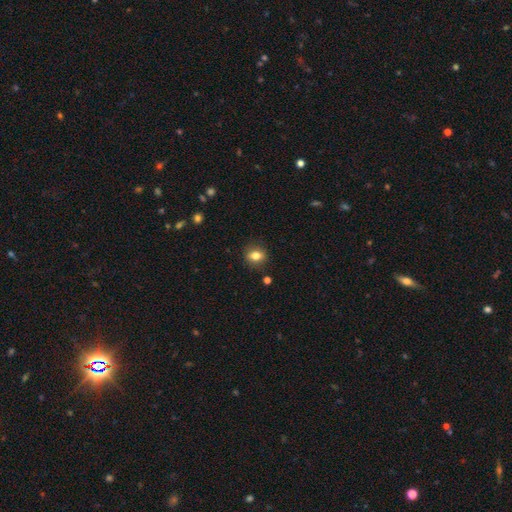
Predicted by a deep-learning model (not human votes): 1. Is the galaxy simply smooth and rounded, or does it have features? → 78% smooth, 12% featured or disk, 10% star or artifact.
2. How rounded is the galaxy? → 50% in between, 47% round, 2% cigar-shaped.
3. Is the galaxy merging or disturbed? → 86% none, 10% minor disturbance, 2% major disturbance, 2% merger.